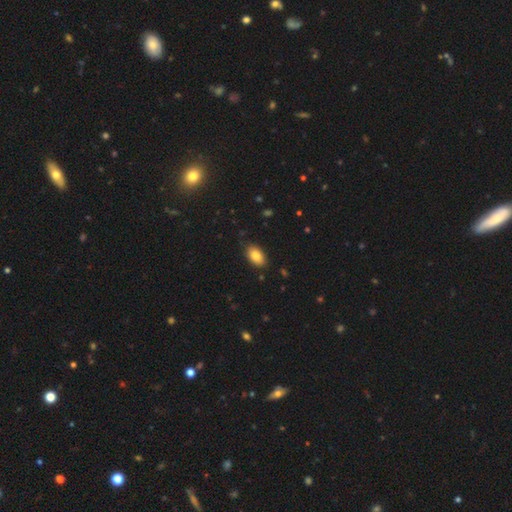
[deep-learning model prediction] smooth-or-featured: smooth: 85% | star or artifact: 8% | featured or disk: 7%
  how-rounded: in between: 92% | round: 7% | cigar-shaped: 2%
  merging: none: 85% | minor disturbance: 11% | major disturbance: 2% | merger: 1%